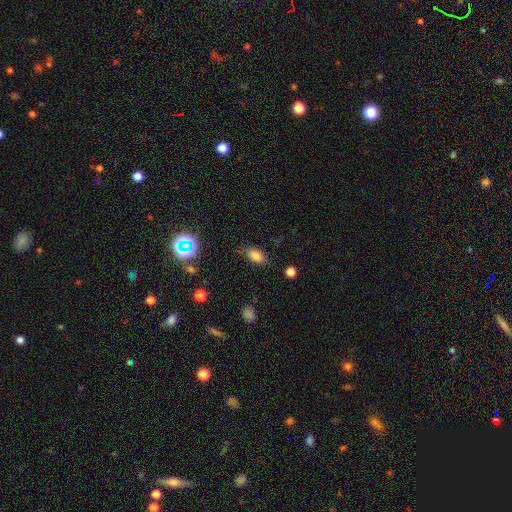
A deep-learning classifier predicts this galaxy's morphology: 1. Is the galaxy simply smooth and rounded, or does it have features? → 79% smooth, 13% star or artifact, 7% featured or disk.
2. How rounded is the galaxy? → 88% in between, 9% round, 3% cigar-shaped.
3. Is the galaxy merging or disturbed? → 68% none, 23% minor disturbance, 6% major disturbance, 2% merger.